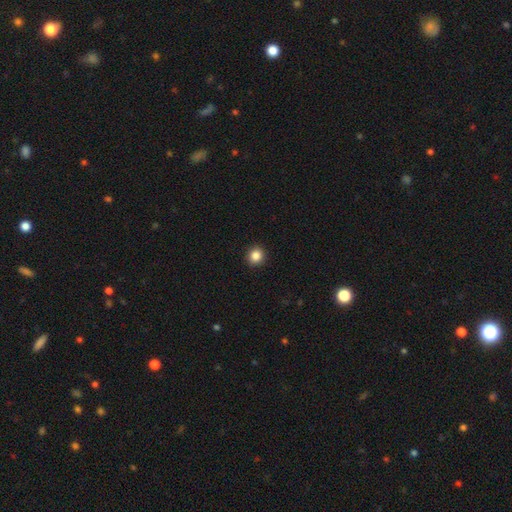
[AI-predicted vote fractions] This is clearly a smooth galaxy (85%). How rounded: clearly round (91%). Merging: clearly none (92%).